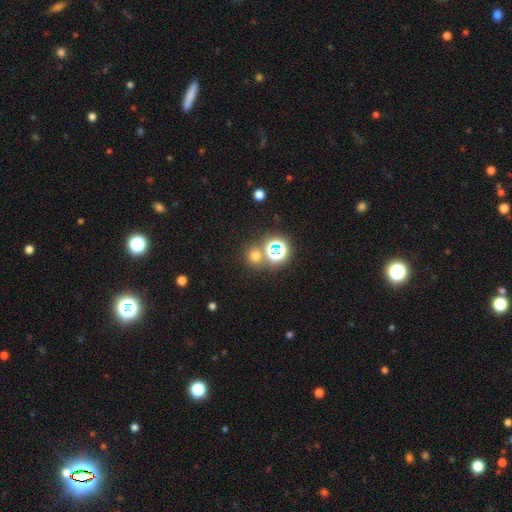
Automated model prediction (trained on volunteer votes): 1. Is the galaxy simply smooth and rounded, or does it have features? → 61% smooth, 32% star or artifact, 7% featured or disk.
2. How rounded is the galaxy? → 87% round, 12% in between, 1% cigar-shaped.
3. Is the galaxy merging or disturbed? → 72% none, 17% merger, 7% minor disturbance, 3% major disturbance.